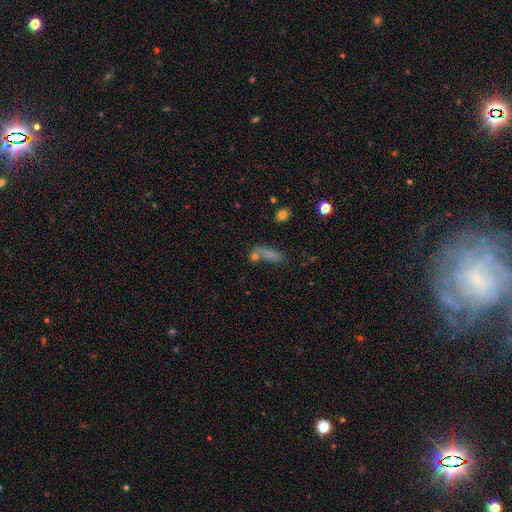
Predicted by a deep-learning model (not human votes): Q: Smooth or featured?
A: smooth (67%); runner-up: star or artifact (19%)
Q: How rounded?
A: in between (50%); runner-up: cigar-shaped (40%)
Q: Merging?
A: none (53%); runner-up: merger (23%)